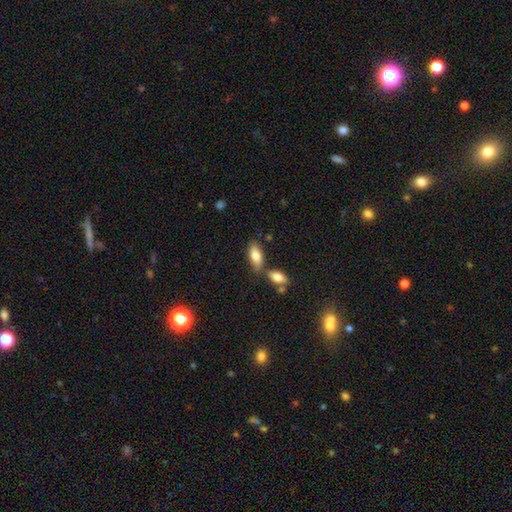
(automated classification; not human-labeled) Overall: smooth (80%). How rounded: in between (82%). Merging: none (62%).